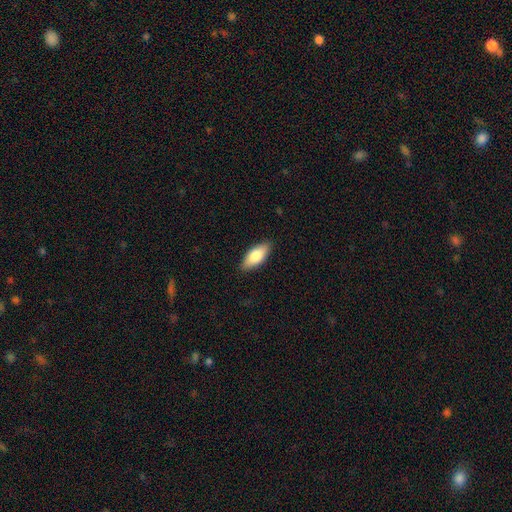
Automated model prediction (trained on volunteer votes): Overall: smooth (80%). How rounded: in between (83%). Merging: none (88%).